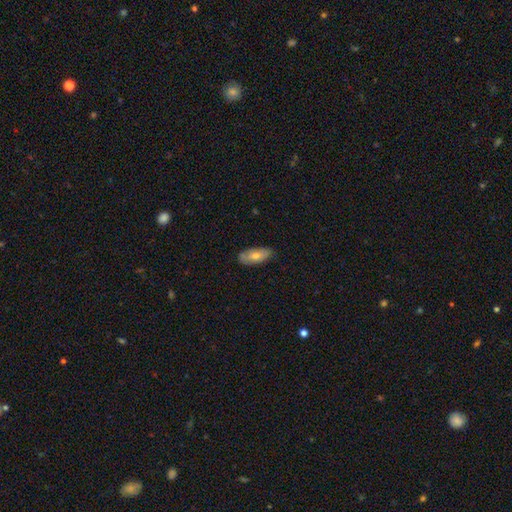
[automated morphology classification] The model was most divided on "smooth or featured": smooth: 63%, featured or disk: 30%, star or artifact: 7%. More confident: merging — none (82%); how rounded — in between (80%).